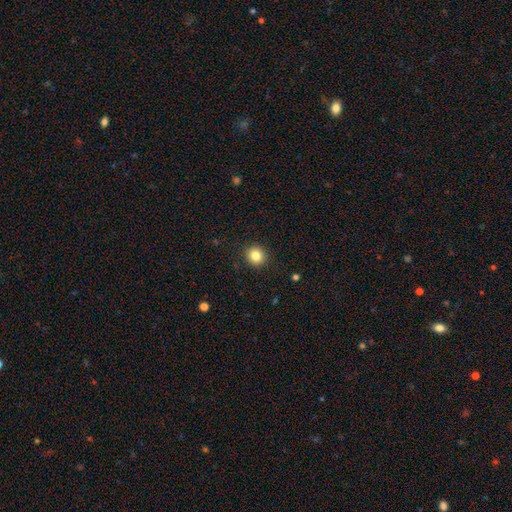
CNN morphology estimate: smooth-or-featured: smooth: 84% | star or artifact: 11% | featured or disk: 6%
  how-rounded: round: 89% | in between: 10% | cigar-shaped: 1%
  merging: none: 91% | minor disturbance: 6% | major disturbance: 2% | merger: 1%